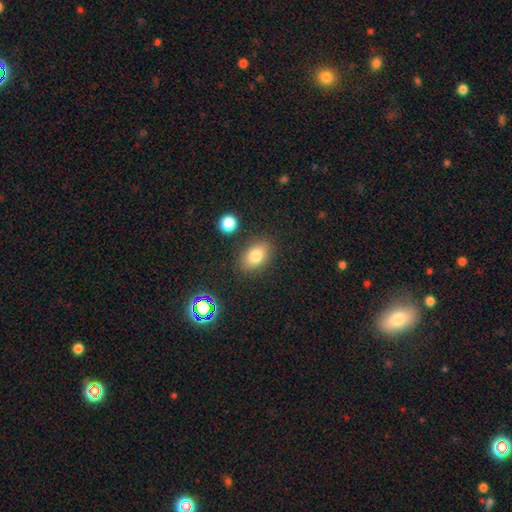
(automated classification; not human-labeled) smooth-or-featured: smooth: 80% | star or artifact: 10% | featured or disk: 10%
  how-rounded: in between: 82% | round: 16% | cigar-shaped: 2%
  merging: none: 84% | minor disturbance: 10% | major disturbance: 3% | merger: 3%